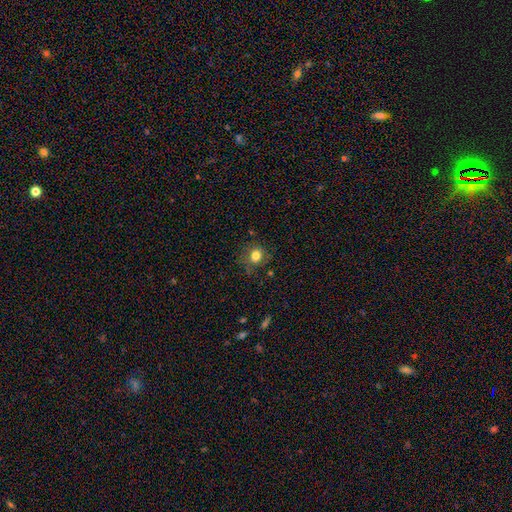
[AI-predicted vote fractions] Morphology: type=smooth (79%); roundness=round (77%); merging=none (73%).